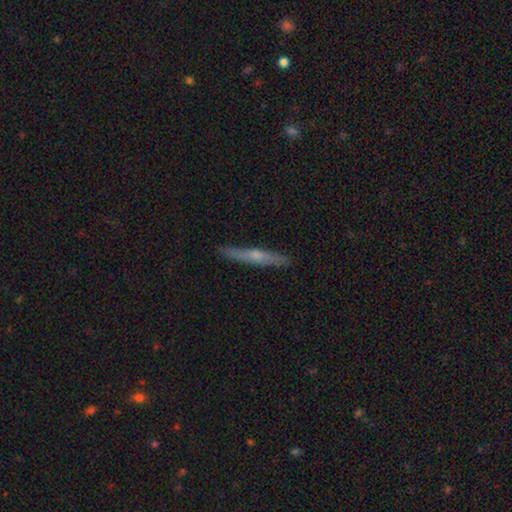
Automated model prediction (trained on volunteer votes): Smooth or featured: featured or disk — 57% (smooth — 37%)
Edge-on disk: yes — 96% (no — 4%)
Edge-on bulge: rounded — 74% (none — 21%)
Merging: none — 90% (minor disturbance — 8%)